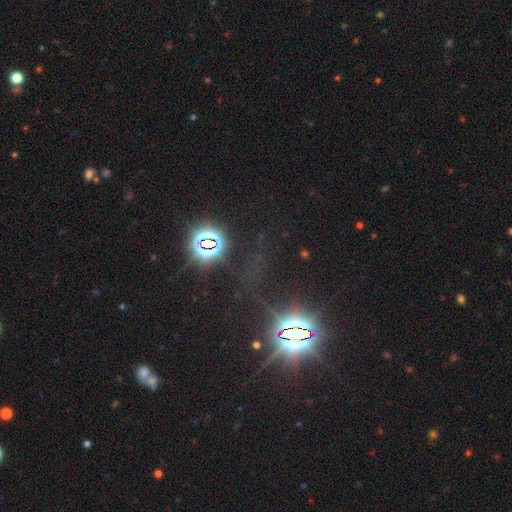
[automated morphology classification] Overall: star or artifact (80%).